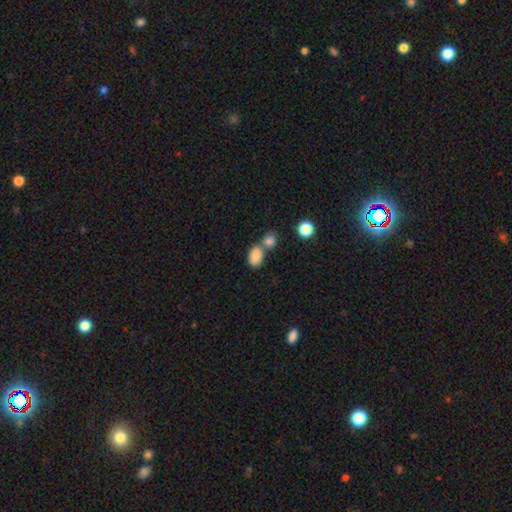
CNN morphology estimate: This is clearly a smooth galaxy (85%). How rounded: clearly in between (84%). Merging: possibly merger (46%).